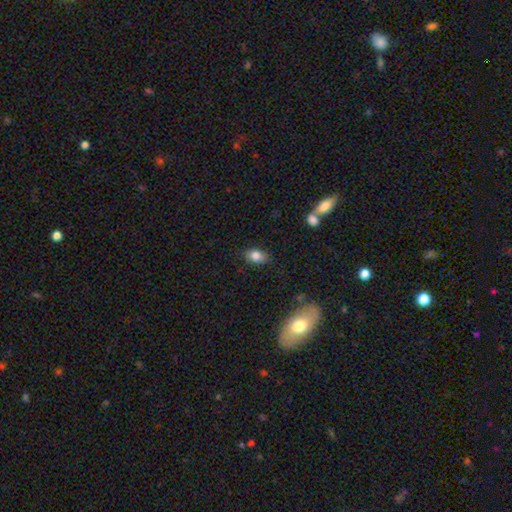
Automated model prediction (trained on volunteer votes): A smooth galaxy with no disk features (82%) that is in between round and cigar-shaped (84%).

Vote fractions:
- Smooth or featured? smooth: 82% / star or artifact: 9% / featured or disk: 9%
- How rounded? in between: 84% / round: 14% / cigar-shaped: 2%
- Merging? none: 83% / minor disturbance: 13% / major disturbance: 3% / merger: 2%